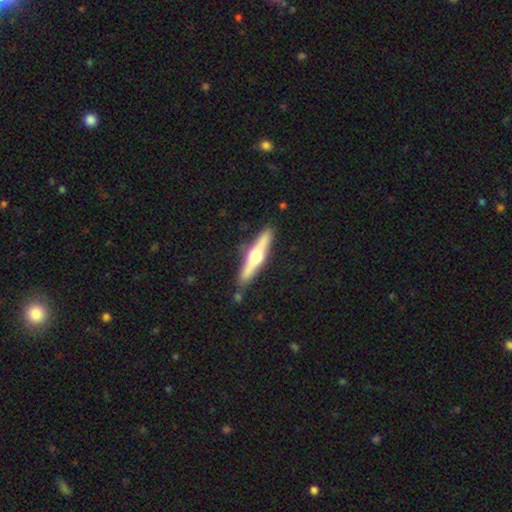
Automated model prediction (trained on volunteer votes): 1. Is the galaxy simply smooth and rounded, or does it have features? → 67% featured or disk, 28% smooth, 5% star or artifact.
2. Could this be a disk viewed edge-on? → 96% yes, 4% no.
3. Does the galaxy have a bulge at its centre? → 95% rounded, 3% boxy, 2% none.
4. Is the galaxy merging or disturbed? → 85% none, 10% minor disturbance, 3% merger, 2% major disturbance.